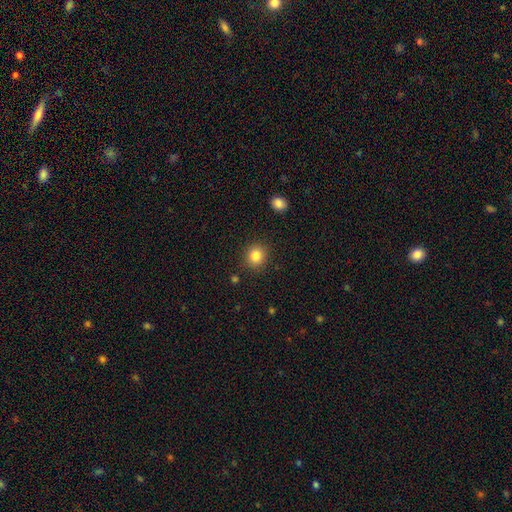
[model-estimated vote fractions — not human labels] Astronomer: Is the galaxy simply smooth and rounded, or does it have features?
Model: smooth — 84%.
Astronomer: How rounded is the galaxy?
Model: round — 85%.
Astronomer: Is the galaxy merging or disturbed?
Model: none — 88%.